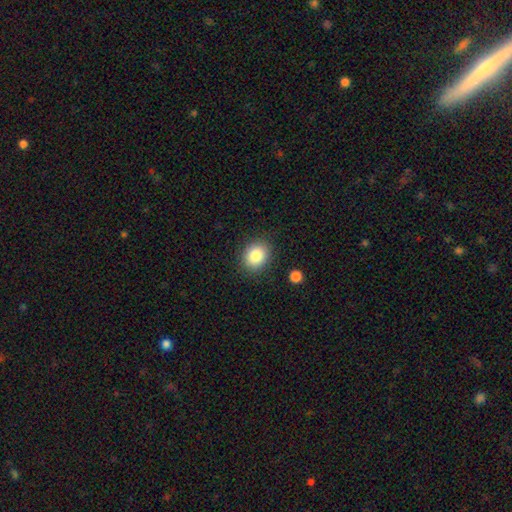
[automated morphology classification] Q: Smooth or featured?
A: smooth (84%); runner-up: star or artifact (9%)
Q: How rounded?
A: round (58%); runner-up: in between (41%)
Q: Merging?
A: none (86%); runner-up: minor disturbance (9%)